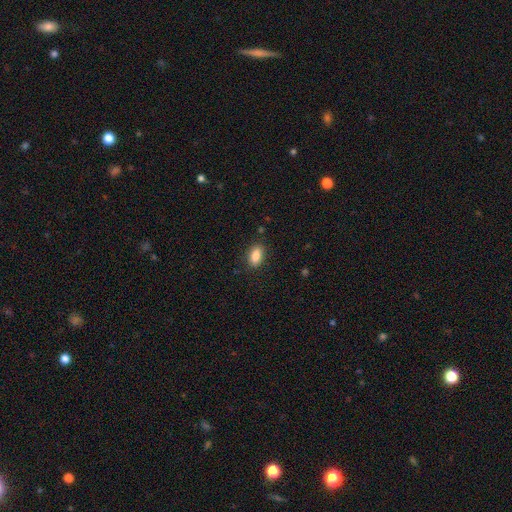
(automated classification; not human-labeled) smooth-or-featured: smooth: 88% | star or artifact: 8% | featured or disk: 5%
  how-rounded: in between: 89% | cigar-shaped: 7% | round: 5%
  merging: none: 85% | minor disturbance: 11% | major disturbance: 3% | merger: 1%